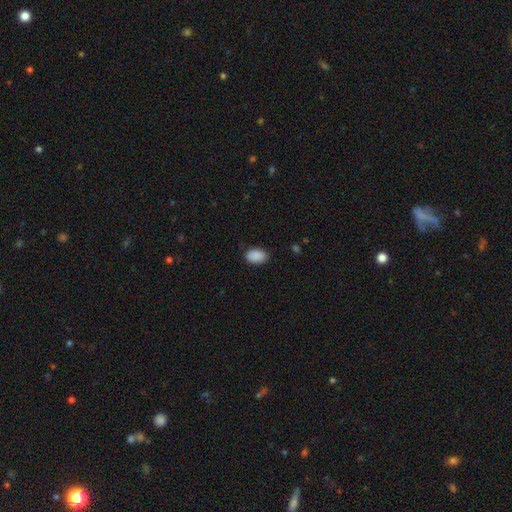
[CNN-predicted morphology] smooth-or-featured: smooth: 90% | star or artifact: 7% | featured or disk: 3%
  how-rounded: in between: 90% | round: 9% | cigar-shaped: 1%
  merging: none: 84% | minor disturbance: 12% | major disturbance: 2% | merger: 1%